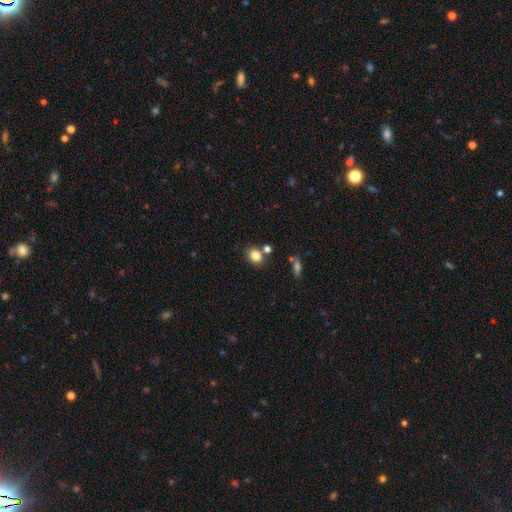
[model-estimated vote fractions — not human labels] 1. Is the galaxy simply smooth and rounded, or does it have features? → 82% smooth, 11% star or artifact, 7% featured or disk.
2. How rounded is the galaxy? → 52% round, 47% in between, 1% cigar-shaped.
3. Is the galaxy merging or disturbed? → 69% none, 15% merger, 12% minor disturbance, 4% major disturbance.